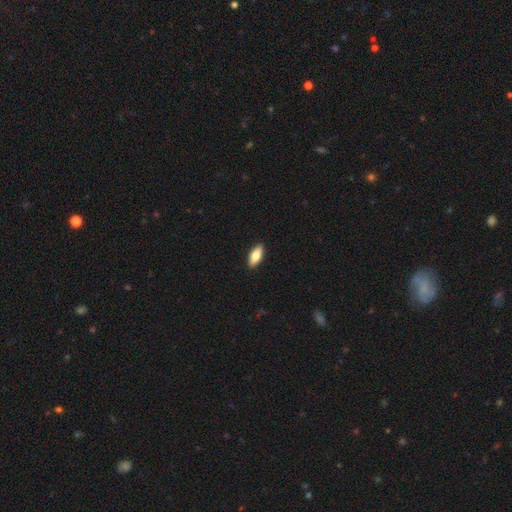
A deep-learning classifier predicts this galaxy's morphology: A smooth galaxy with no disk features (73%) that is in between round and cigar-shaped (75%).

Vote fractions:
- Smooth or featured? smooth: 73% / featured or disk: 21% / star or artifact: 6%
- How rounded? in between: 75% / cigar-shaped: 23% / round: 2%
- Merging? none: 90% / minor disturbance: 7% / major disturbance: 2% / merger: 1%